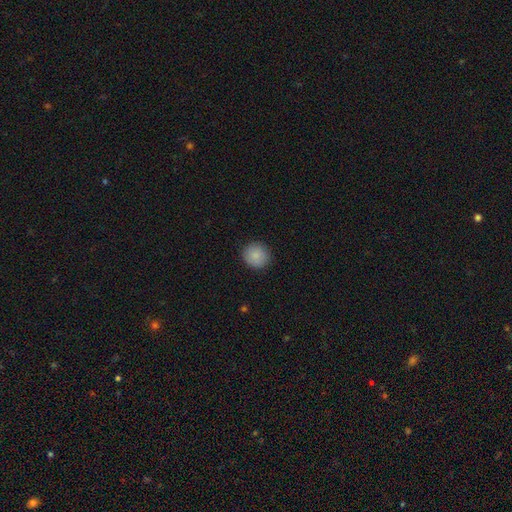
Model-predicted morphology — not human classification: Q: Smooth or featured?
A: smooth (87%); runner-up: star or artifact (8%)
Q: How rounded?
A: round (93%); runner-up: in between (6%)
Q: Merging?
A: none (90%); runner-up: minor disturbance (7%)